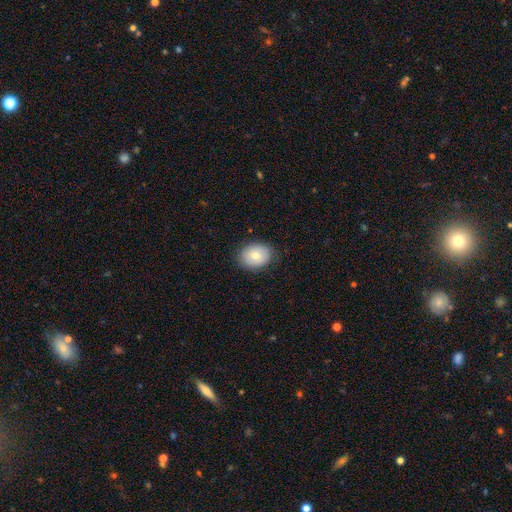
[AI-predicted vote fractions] This appears to be a smooth galaxy with no disk features (74%) that is in between round and cigar-shaped (57%). Merging: none (85%).